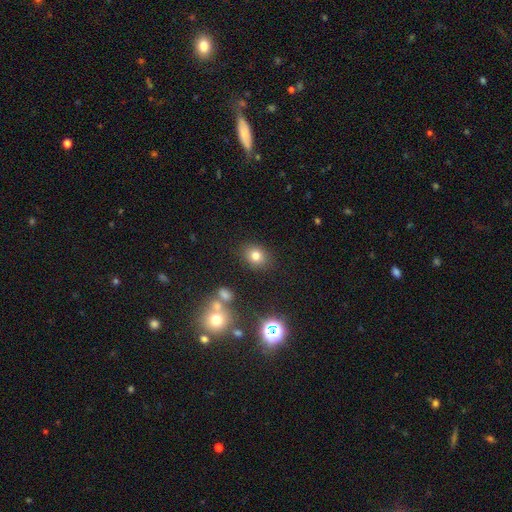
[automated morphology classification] Overall: smooth (75%). How rounded: round (53%; in between 45%). Merging: none (83%).